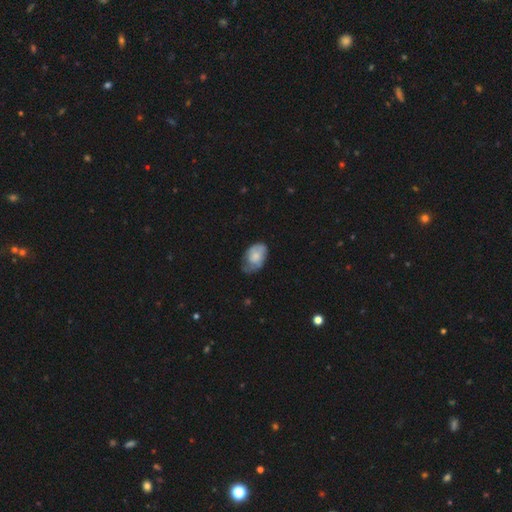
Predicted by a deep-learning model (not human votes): smooth 62%, featured or disk 31%, star or artifact 7%. Down the decision tree: how rounded — in between (88%); merging — none (43%).